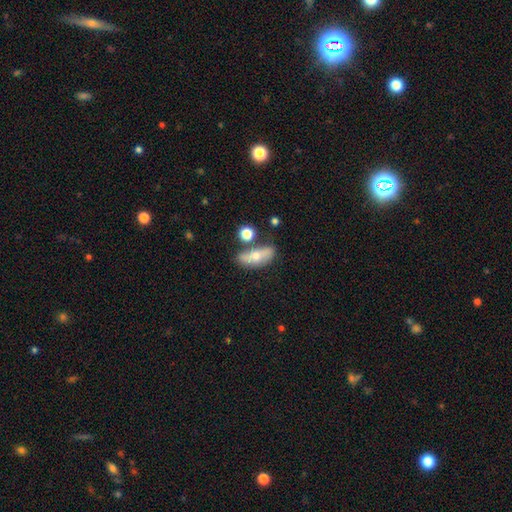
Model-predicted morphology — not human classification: A smooth galaxy with no disk features (55%) that is in between round and cigar-shaped (69%). Merging: none (59%).